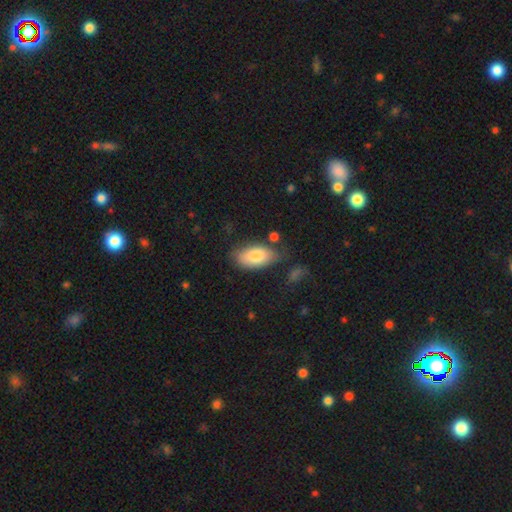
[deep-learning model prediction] Smooth or featured: smooth — 82% (featured or disk — 12%)
How rounded: in between — 93% (cigar-shaped — 3%)
Merging: none — 66% (minor disturbance — 22%)